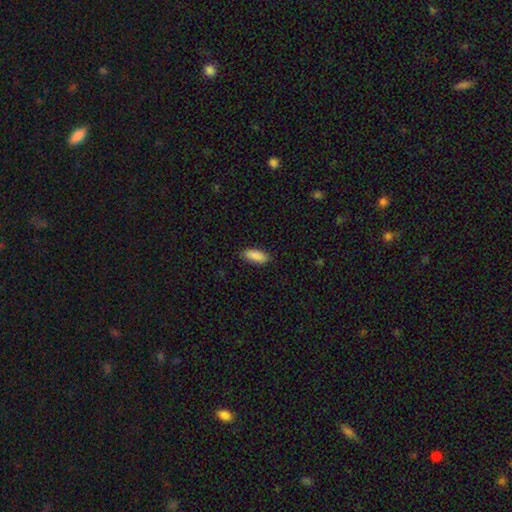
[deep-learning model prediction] Smooth or featured: smooth — 89% (star or artifact — 6%)
How rounded: in between — 71% (cigar-shaped — 27%)
Merging: none — 84% (minor disturbance — 13%)